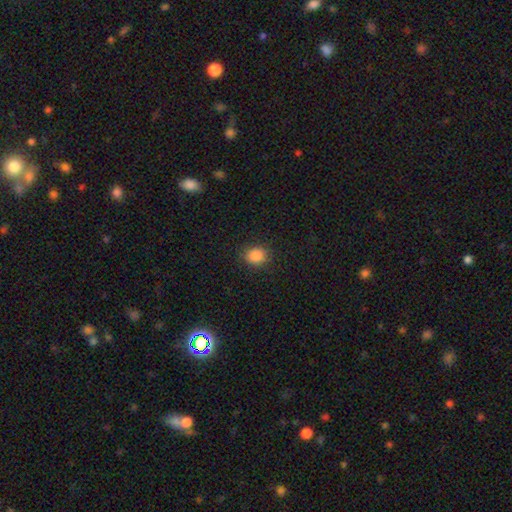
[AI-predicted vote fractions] Q: Smooth or featured?
A: smooth (85%); runner-up: star or artifact (11%)
Q: How rounded?
A: round (73%); runner-up: in between (26%)
Q: Merging?
A: none (88%); runner-up: minor disturbance (9%)